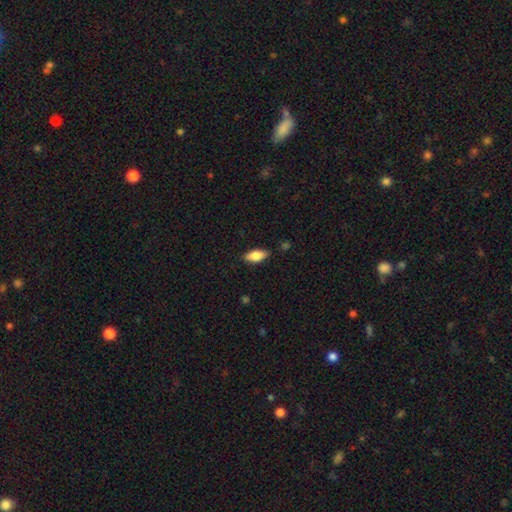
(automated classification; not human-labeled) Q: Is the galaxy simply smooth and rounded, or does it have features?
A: smooth — 79%.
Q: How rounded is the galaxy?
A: in between — 85%.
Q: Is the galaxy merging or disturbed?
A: none — 85%.